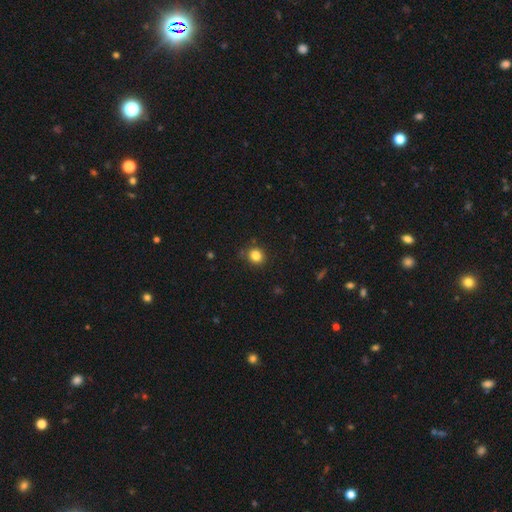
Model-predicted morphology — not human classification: Overall: smooth (84%). How rounded: round (79%). Merging: none (84%).